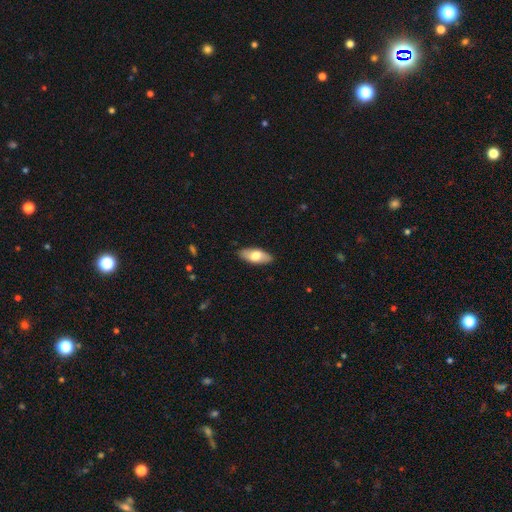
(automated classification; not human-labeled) This is likely a smooth galaxy (70%). How rounded: clearly in between (83%). Merging: clearly none (87%).